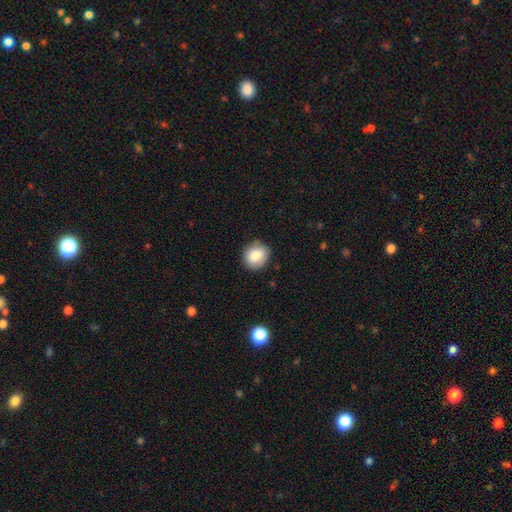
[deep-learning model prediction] Smooth or featured: smooth — 84% (featured or disk — 8%)
How rounded: round — 80% (in between — 19%)
Merging: none — 84% (minor disturbance — 12%)